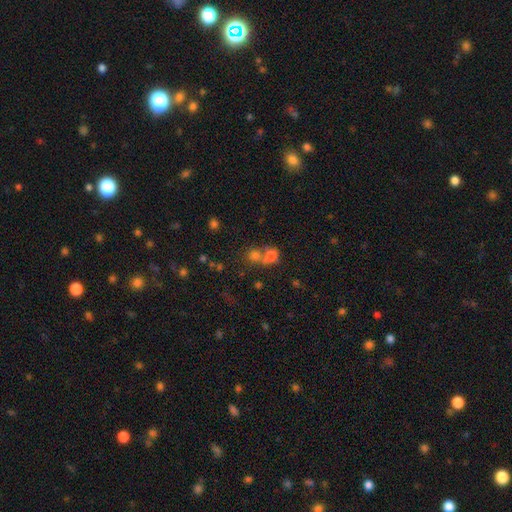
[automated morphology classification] A smooth galaxy with no disk features (64%) that is round (82%). Merging: merger (48%).